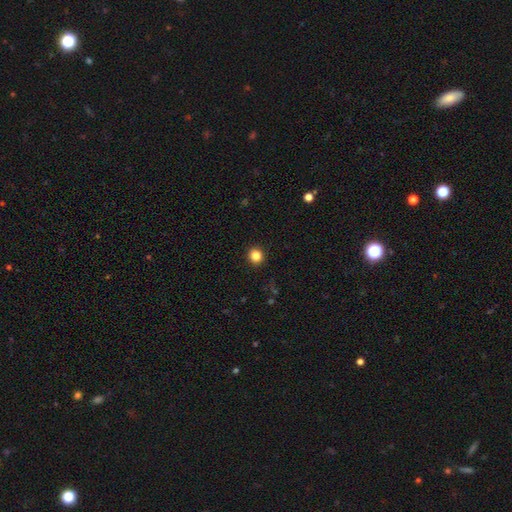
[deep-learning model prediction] smooth 85%, star or artifact 11%, featured or disk 4%. Down the decision tree: how rounded — round (89%); merging — none (92%).